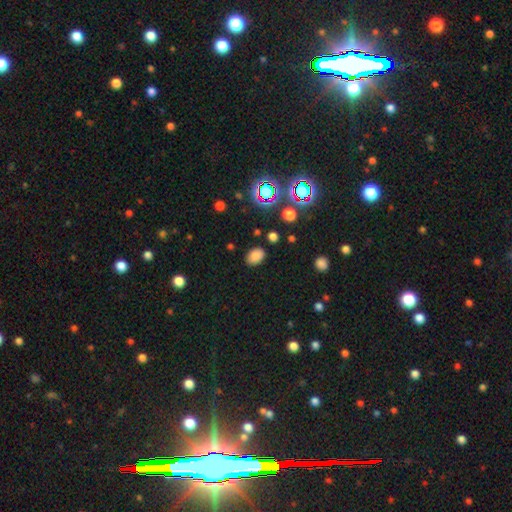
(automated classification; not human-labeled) smooth_or_featured: smooth (p=0.78) [alt: star or artifact p=0.17]
how_rounded: in between (p=0.77) [alt: round p=0.22]
merging: none (p=0.84) [alt: minor disturbance p=0.11]